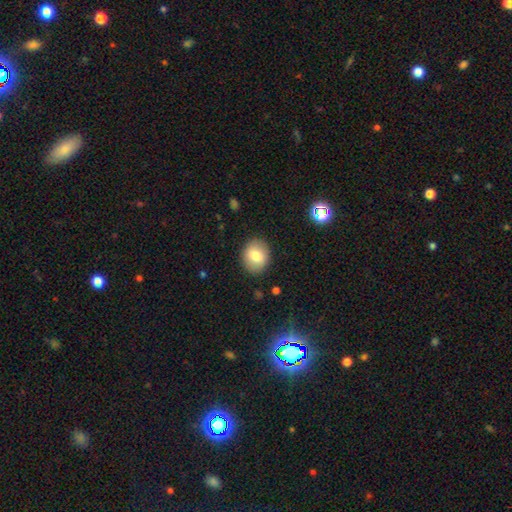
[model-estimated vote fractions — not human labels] This is likely a smooth galaxy (75%). How rounded: likely round (63%). Merging: clearly none (88%).